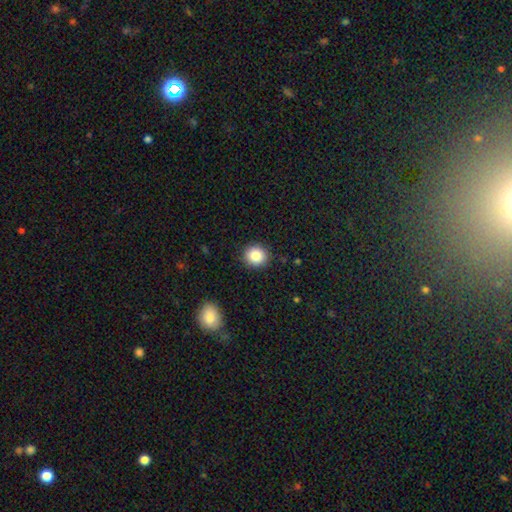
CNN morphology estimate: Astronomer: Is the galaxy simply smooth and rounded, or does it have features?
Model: smooth — 86%.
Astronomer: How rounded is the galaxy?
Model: round — 85%.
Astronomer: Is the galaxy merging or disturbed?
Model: none — 89%.